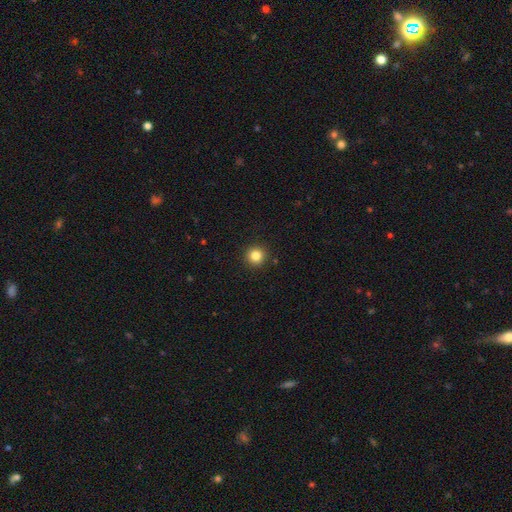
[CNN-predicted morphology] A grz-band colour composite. It shows a smooth galaxy with no disk features (83%) that is round (95%). Merging: none (92%).